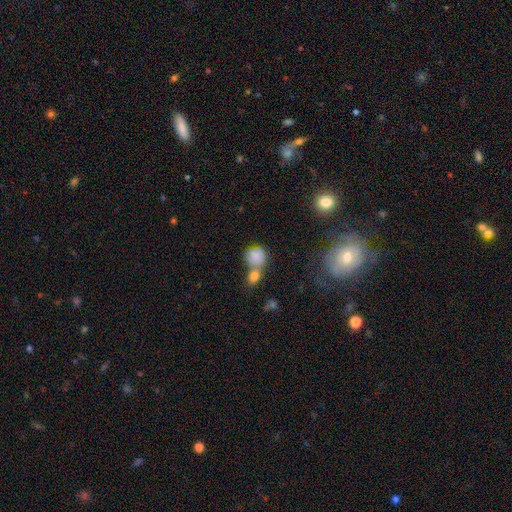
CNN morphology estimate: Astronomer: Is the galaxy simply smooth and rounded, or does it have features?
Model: smooth — 81%.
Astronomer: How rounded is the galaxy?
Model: round — 82%.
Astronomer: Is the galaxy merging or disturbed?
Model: merger — 47% (runner-up: none, 37%).